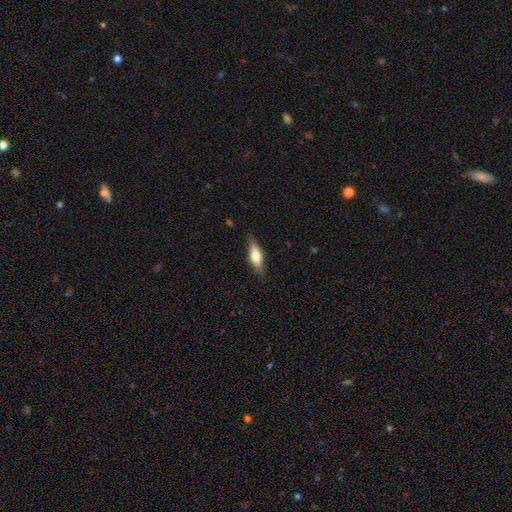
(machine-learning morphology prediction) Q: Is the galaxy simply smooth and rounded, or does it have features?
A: smooth — 66%.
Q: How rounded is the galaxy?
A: in between — 59%.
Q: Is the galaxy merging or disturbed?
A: none — 82%.